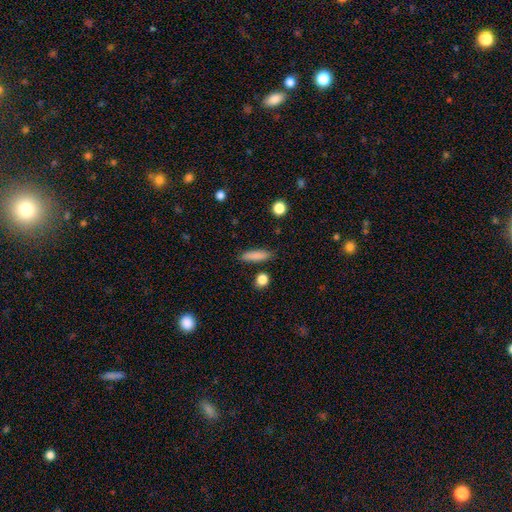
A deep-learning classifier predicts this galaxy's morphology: Overall: smooth (84%). How rounded: cigar-shaped (71%). Merging: none (86%).